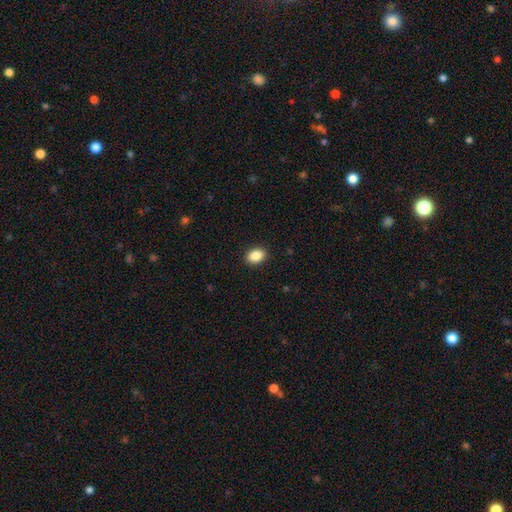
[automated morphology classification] smooth_or_featured: smooth (p=0.87) [alt: star or artifact p=0.08]
how_rounded: in between (p=0.81) [alt: round p=0.18]
merging: none (p=0.90) [alt: minor disturbance p=0.07]